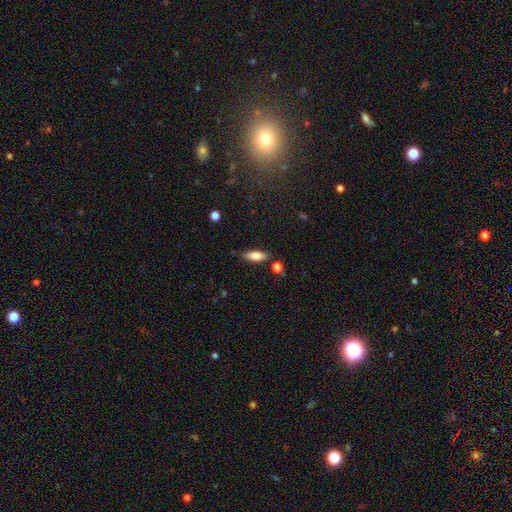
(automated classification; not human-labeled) Overall: smooth (73%). How rounded: in between (72%). Merging: none (81%).